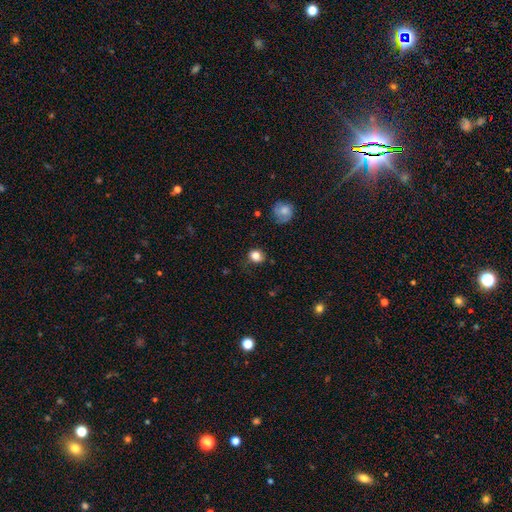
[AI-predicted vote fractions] A smooth galaxy with no disk features (83%) that is round (67%). Merging: none (70%).